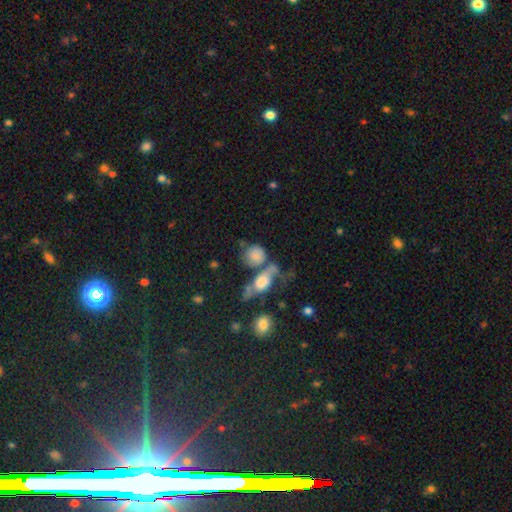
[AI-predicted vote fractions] A smooth galaxy with no disk features (72%) that is round (75%). Merging: none (38%).